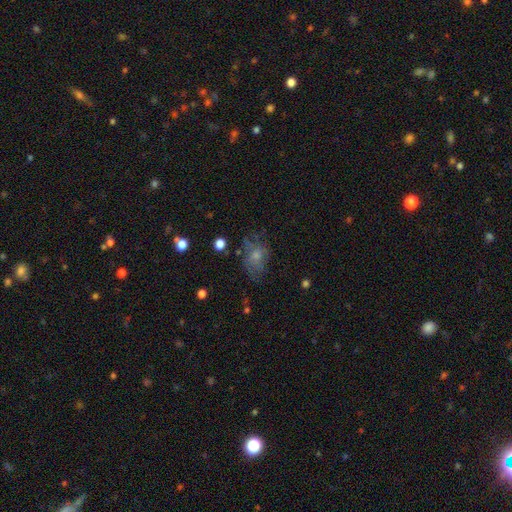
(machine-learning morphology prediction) Overall: smooth (55%; featured or disk 32%). How rounded: in between (68%; round 30%). Merging: none (46%; minor disturbance 26%).